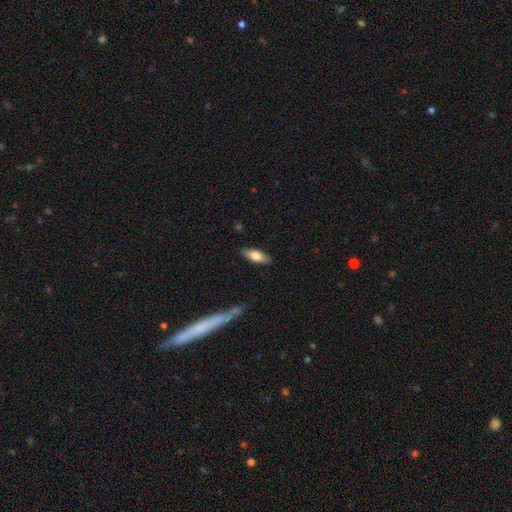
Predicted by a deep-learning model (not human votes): Smooth or featured?
  - smooth: 73% *
  - featured or disk: 21%
  - star or artifact: 6%
How rounded?
  - in between: 69% *
  - cigar-shaped: 29%
  - round: 2%
Merging?
  - none: 85% *
  - minor disturbance: 11%
  - major disturbance: 2%
  - merger: 2%